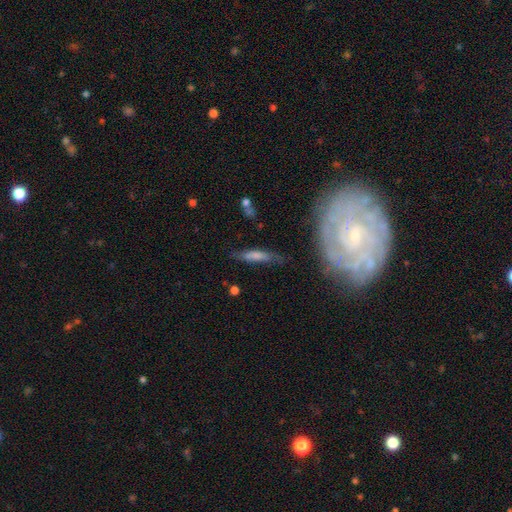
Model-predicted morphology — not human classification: Smooth or featured: smooth — 65% (featured or disk — 28%)
How rounded: cigar-shaped — 81% (in between — 17%)
Merging: none — 66% (minor disturbance — 23%)